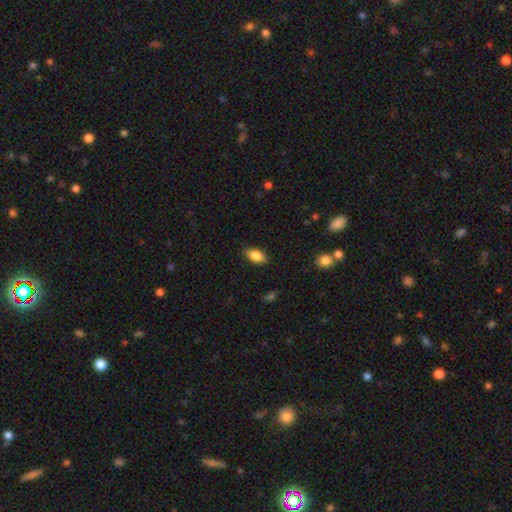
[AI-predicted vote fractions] smooth 85%, star or artifact 8%, featured or disk 7%. Down the decision tree: how rounded — in between (90%); merging — none (85%).